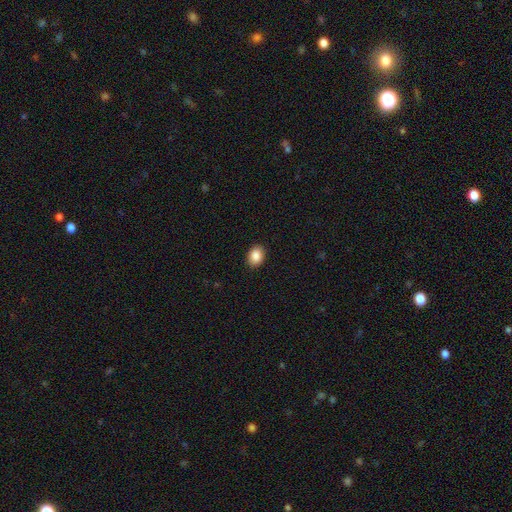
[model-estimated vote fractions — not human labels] This is clearly a smooth galaxy (88%). How rounded: likely in between (65%). Merging: clearly none (90%).